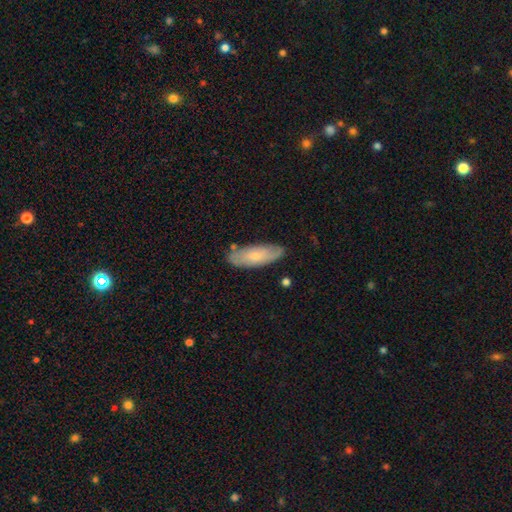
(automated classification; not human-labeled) smooth-or-featured: smooth: 60% | featured or disk: 34% | star or artifact: 6%
  how-rounded: in between: 69% | cigar-shaped: 29% | round: 2%
  merging: none: 76% | minor disturbance: 18% | major disturbance: 3% | merger: 3%